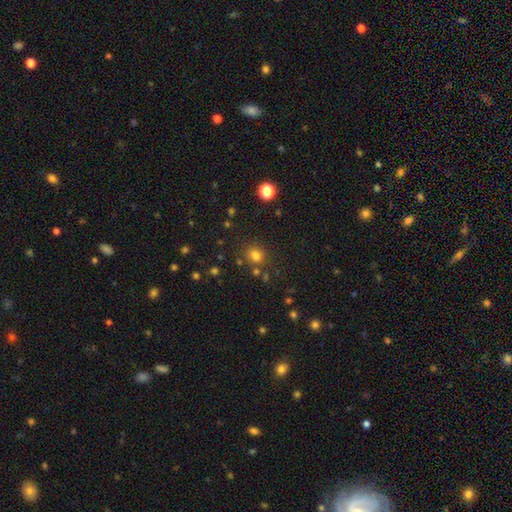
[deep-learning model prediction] Smooth or featured? Predicted: smooth (p=0.75). How rounded? Predicted: round (p=0.71). Merging? Predicted: none (p=0.76).